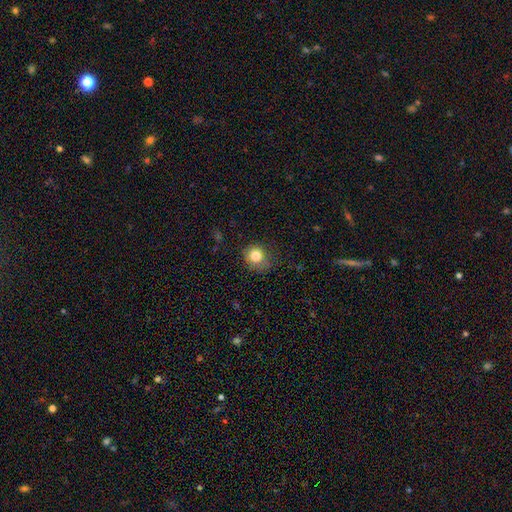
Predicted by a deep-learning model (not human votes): smooth_or_featured: smooth (p=0.82) [alt: star or artifact p=0.11]
how_rounded: round (p=0.83) [alt: in between p=0.16]
merging: none (p=0.72) [alt: minor disturbance p=0.21]